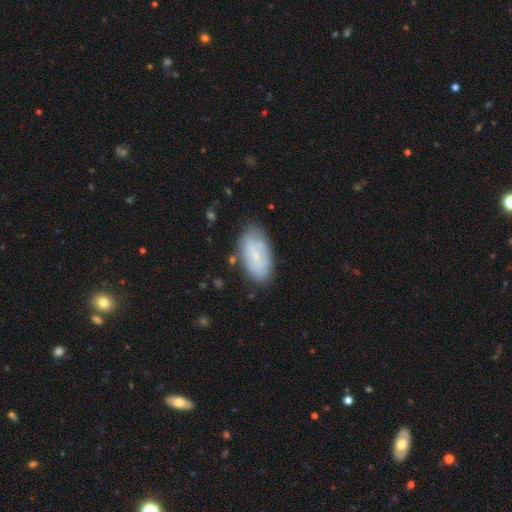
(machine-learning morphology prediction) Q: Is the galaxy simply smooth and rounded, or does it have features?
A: smooth — 54%.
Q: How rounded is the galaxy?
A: in between — 93%.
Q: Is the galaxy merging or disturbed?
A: none — 72%.